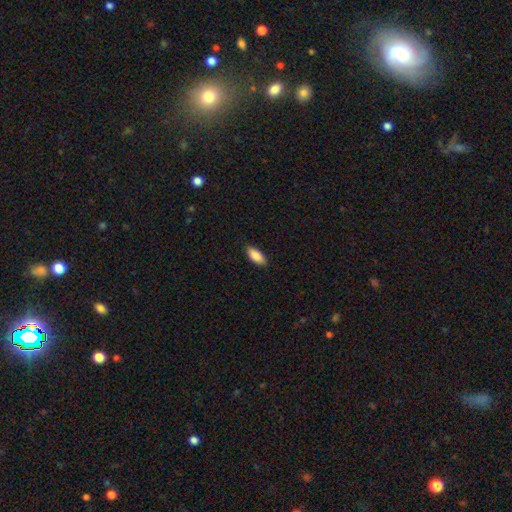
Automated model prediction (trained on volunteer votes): Q: Smooth or featured?
A: smooth (88%); runner-up: star or artifact (6%)
Q: How rounded?
A: in between (87%); runner-up: cigar-shaped (11%)
Q: Merging?
A: none (88%); runner-up: minor disturbance (9%)